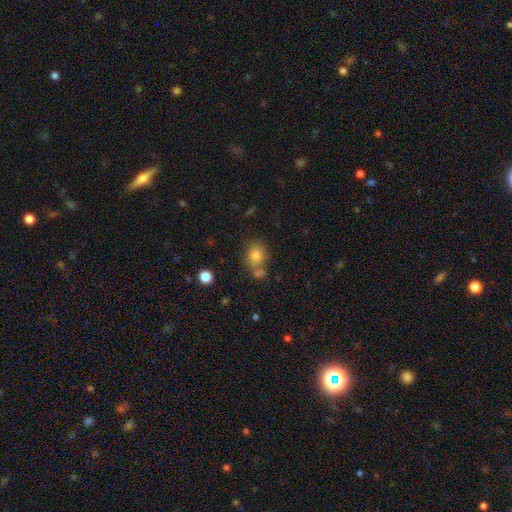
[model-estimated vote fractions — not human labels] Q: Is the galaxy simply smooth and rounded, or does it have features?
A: smooth — 80%.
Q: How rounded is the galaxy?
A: round — 74%.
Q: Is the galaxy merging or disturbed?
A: none — 62%.